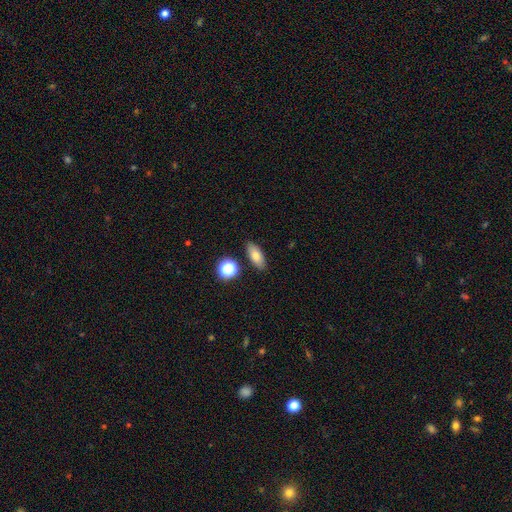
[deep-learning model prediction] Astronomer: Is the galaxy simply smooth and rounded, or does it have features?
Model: smooth — 77%.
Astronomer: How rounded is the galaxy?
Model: in between — 76%.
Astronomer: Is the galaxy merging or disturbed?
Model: none — 85%.